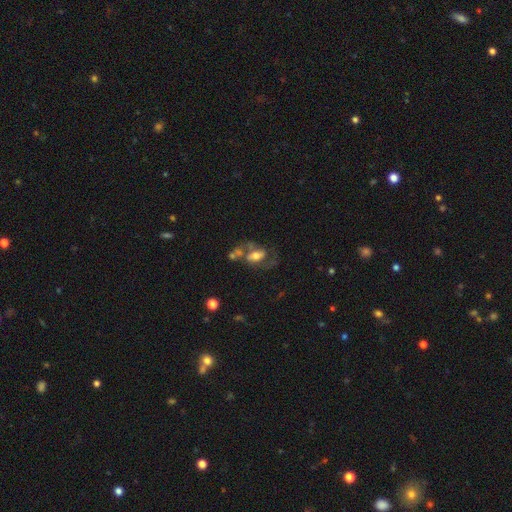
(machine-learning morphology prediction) A featured or disk galaxy (59%) with no bar (48%), spiral arms (64%) and a moderate central bulge (55%). Merging: none (35%).